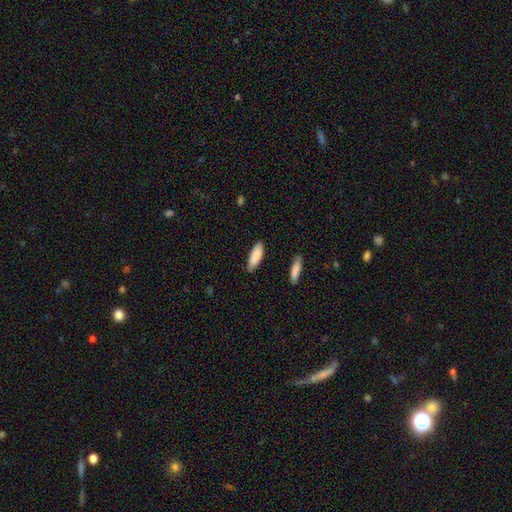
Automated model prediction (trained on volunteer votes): Smooth or featured: smooth — 87% (featured or disk — 7%)
How rounded: in between — 57% (cigar-shaped — 42%)
Merging: none — 83% (minor disturbance — 13%)